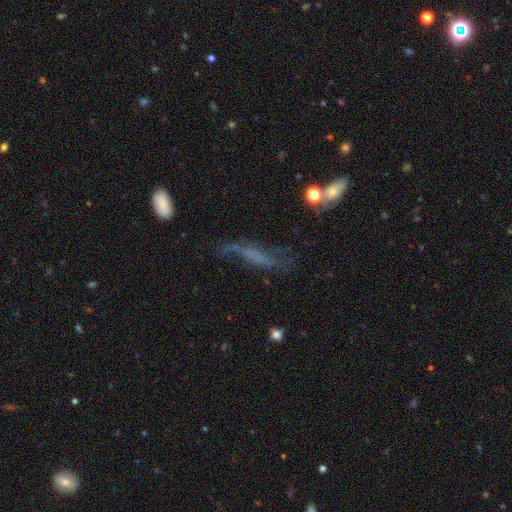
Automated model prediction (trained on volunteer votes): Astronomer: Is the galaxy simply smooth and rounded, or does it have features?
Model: featured or disk — 50% (runner-up: smooth, 33%).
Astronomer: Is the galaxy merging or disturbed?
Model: none — 41% (runner-up: major disturbance, 31%).